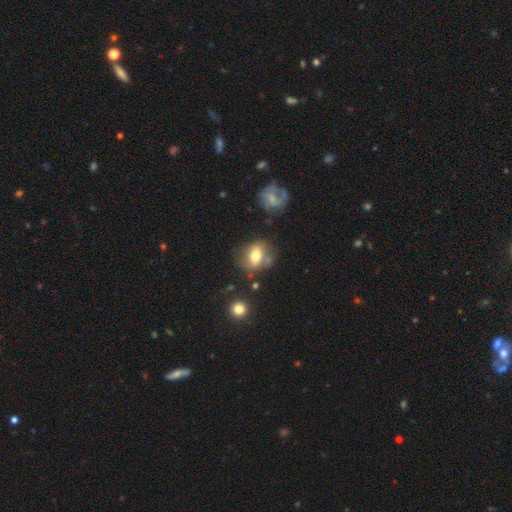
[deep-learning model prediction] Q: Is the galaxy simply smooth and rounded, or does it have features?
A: smooth — 66%.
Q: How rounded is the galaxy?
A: in between — 59%.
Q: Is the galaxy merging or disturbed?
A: none — 63%.